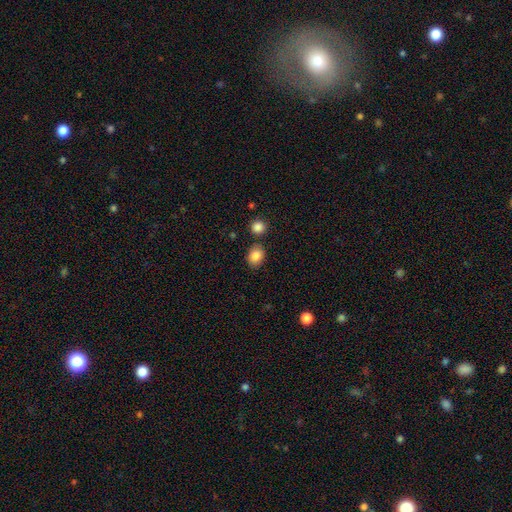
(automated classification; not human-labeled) The model was most divided on "how rounded": in between: 55%, round: 44%, cigar-shaped: 1%. More confident: smooth or featured — smooth (86%); merging — none (79%).